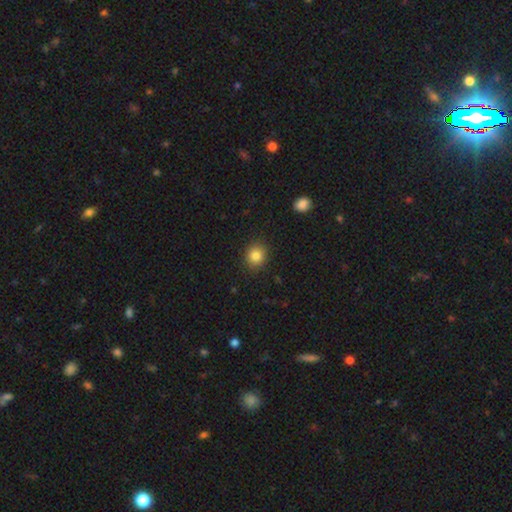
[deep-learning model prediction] smooth 83%, star or artifact 11%, featured or disk 6%. Down the decision tree: how rounded — round (75%); merging — none (89%).